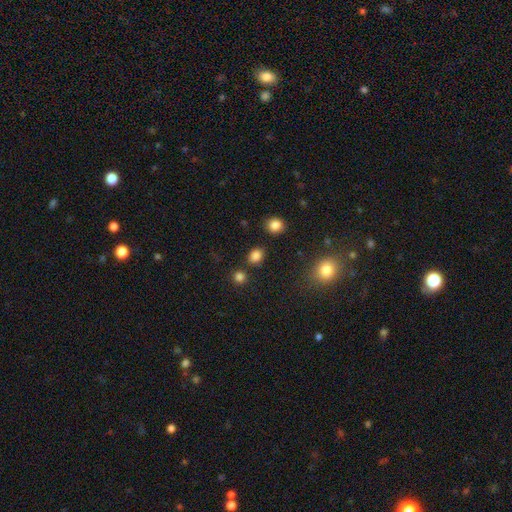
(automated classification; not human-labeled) Smooth or featured? Predicted: smooth (p=0.83). How rounded? Predicted: round (p=0.52). Merging? Predicted: none (p=0.82).